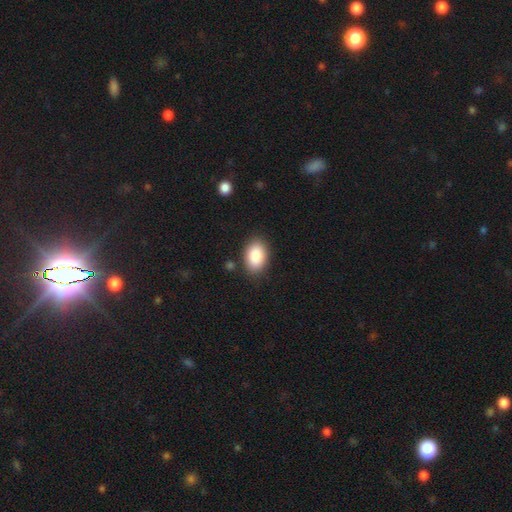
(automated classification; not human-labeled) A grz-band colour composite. It shows a smooth galaxy with no disk features (87%) that is in between round and cigar-shaped (88%). Merging: none (86%).